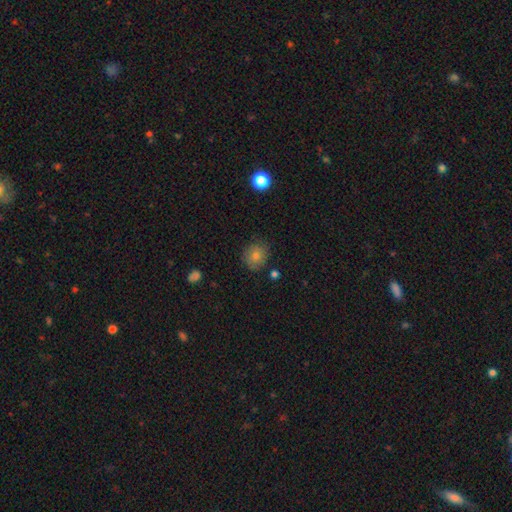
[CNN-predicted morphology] This is likely a smooth galaxy (71%). How rounded: clearly round (83%). Merging: clearly none (83%).